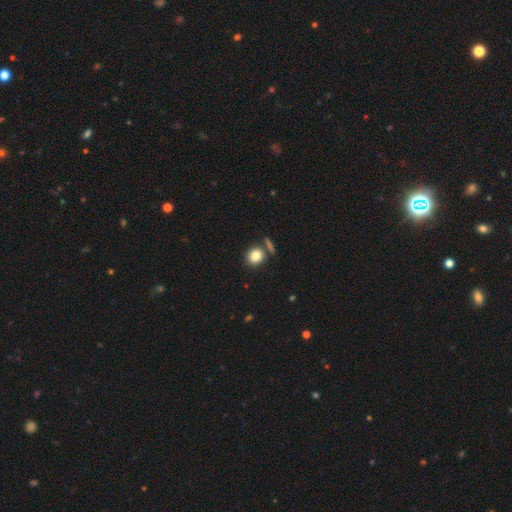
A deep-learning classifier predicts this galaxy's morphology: Q: Smooth or featured?
A: smooth (82%); runner-up: star or artifact (10%)
Q: How rounded?
A: round (72%); runner-up: in between (26%)
Q: Merging?
A: none (73%); runner-up: merger (14%)